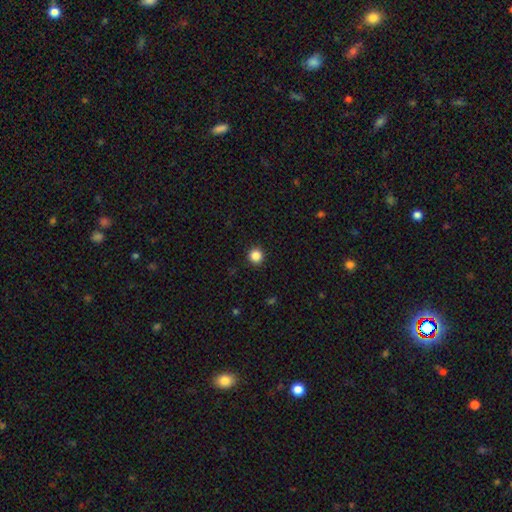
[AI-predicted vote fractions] smooth_or_featured: smooth (p=0.86) [alt: star or artifact p=0.11]
how_rounded: round (p=0.95) [alt: in between p=0.04]
merging: none (p=0.93) [alt: minor disturbance p=0.04]